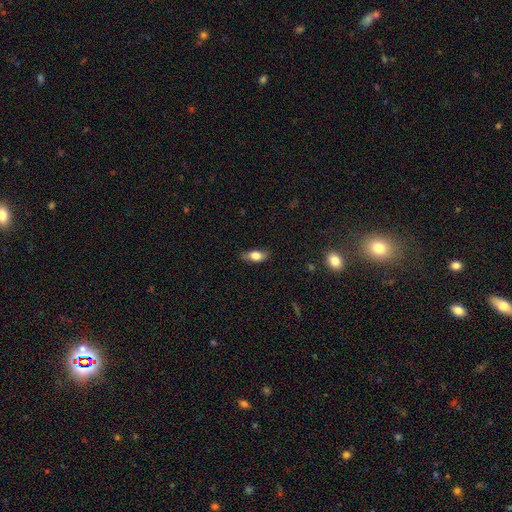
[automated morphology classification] The model was most divided on "merging": none: 74%, minor disturbance: 21%, major disturbance: 4%, merger: 1%. More confident: how rounded — in between (81%); smooth or featured — smooth (76%).